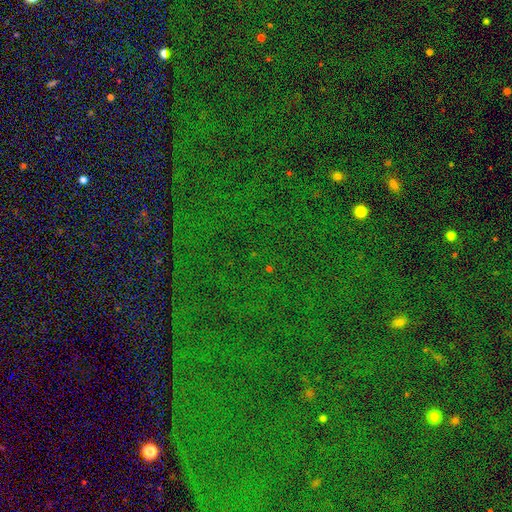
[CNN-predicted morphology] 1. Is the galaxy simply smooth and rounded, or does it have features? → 86% star or artifact, 8% smooth, 6% featured or disk.